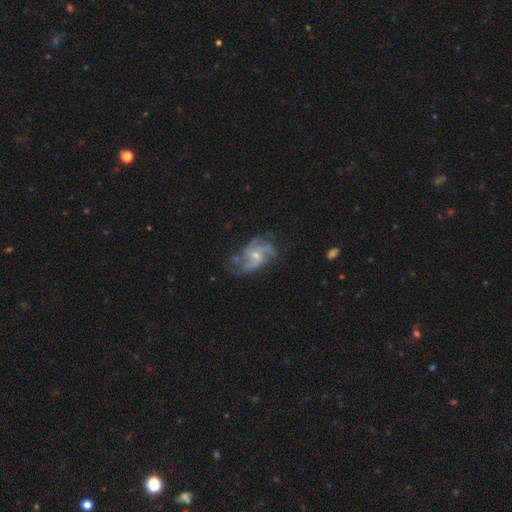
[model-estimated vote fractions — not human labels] featured or disk 83%, smooth 10%, star or artifact 7%. Down the decision tree: edge-on disk — no (97%); bar — no (49%); spiral arms — yes (91%); spiral arm count — 2 (32%); spiral winding — medium (47%); bulge size — small (55%); merging — none (57%).